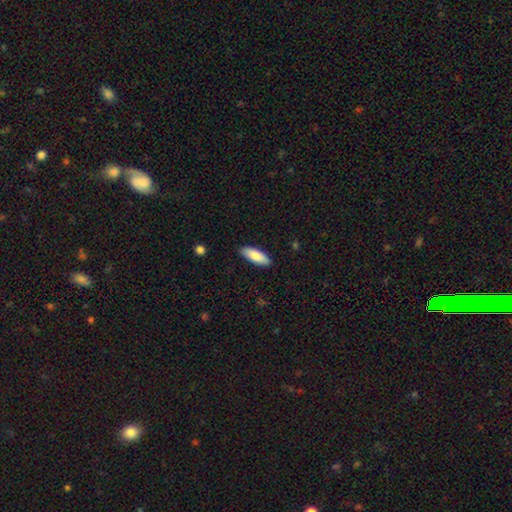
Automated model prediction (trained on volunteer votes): Q: Smooth or featured?
A: smooth (83%); runner-up: featured or disk (11%)
Q: How rounded?
A: in between (65%); runner-up: cigar-shaped (33%)
Q: Merging?
A: none (88%); runner-up: minor disturbance (9%)